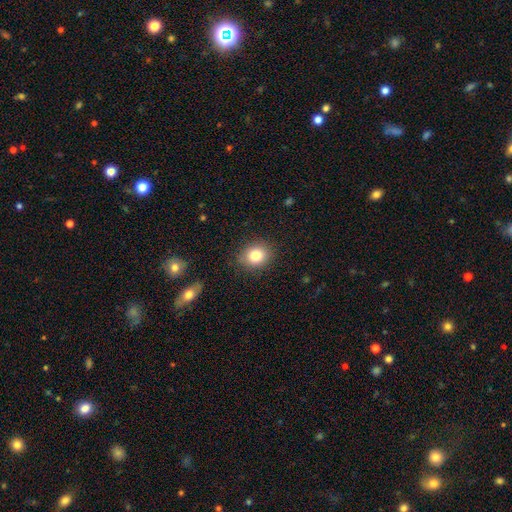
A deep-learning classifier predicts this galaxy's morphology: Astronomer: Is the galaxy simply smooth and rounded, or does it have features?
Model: smooth — 83%.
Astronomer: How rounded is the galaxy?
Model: round — 60% (runner-up: in between, 39%).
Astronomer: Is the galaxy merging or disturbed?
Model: none — 86%.